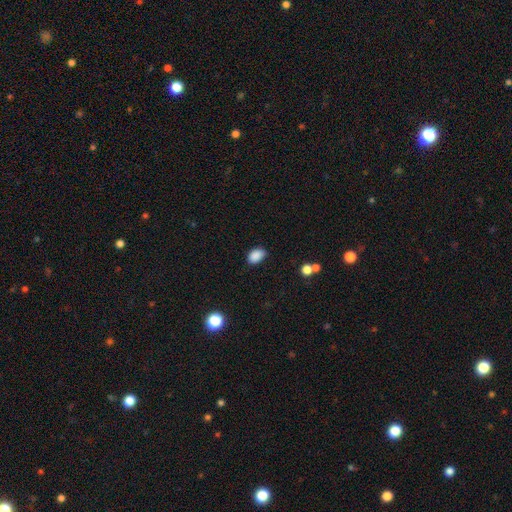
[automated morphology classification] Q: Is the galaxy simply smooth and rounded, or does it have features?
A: smooth — 88%.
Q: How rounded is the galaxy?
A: in between — 86%.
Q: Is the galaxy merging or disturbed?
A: none — 77%.